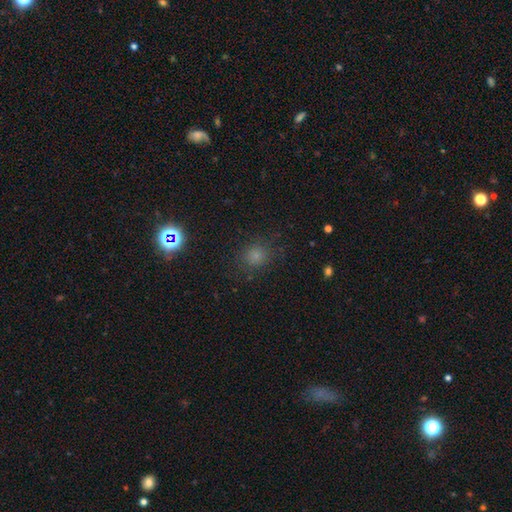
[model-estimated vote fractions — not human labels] Smooth or featured? smooth (70%)
How rounded? round (81%)
Merging? none (81%)